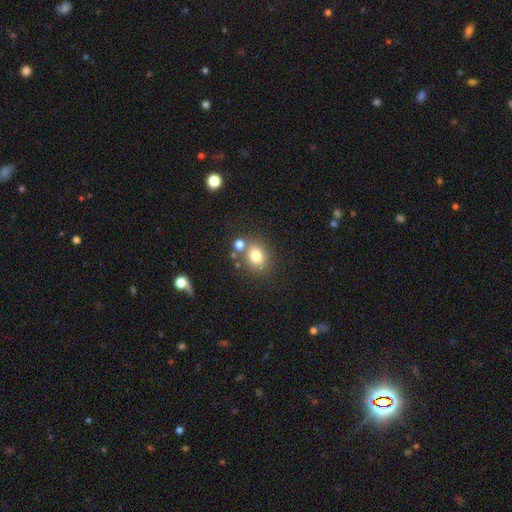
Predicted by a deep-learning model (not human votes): Smooth or featured? smooth (78%)
How rounded? round (64%)
Merging? none (67%)